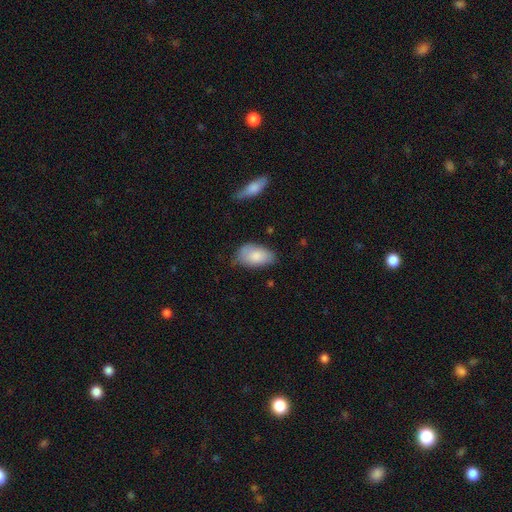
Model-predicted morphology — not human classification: smooth-or-featured: smooth: 83% | featured or disk: 11% | star or artifact: 6%
  how-rounded: in between: 94% | round: 4% | cigar-shaped: 2%
  merging: none: 59% | minor disturbance: 32% | major disturbance: 7% | merger: 2%